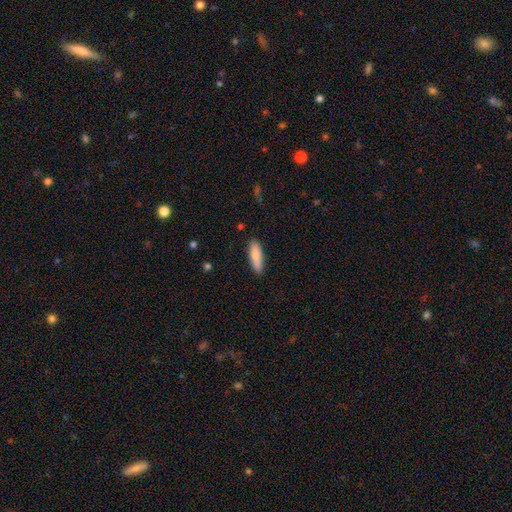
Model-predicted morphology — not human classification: smooth 84%, featured or disk 10%, star or artifact 6%. Down the decision tree: how rounded — cigar-shaped (57%); merging — none (86%).